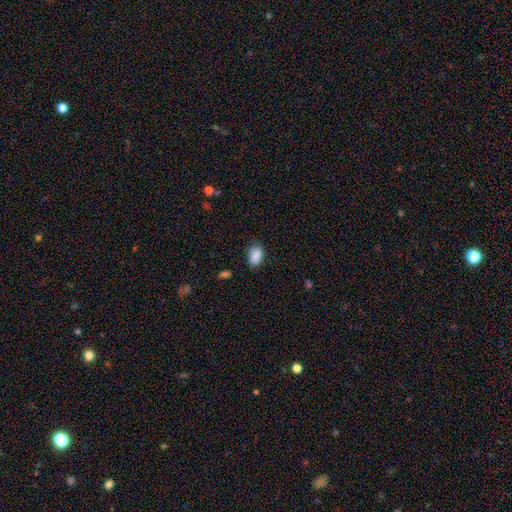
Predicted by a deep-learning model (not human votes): Morphology: type=smooth (87%); roundness=in between (89%); merging=none (73%).